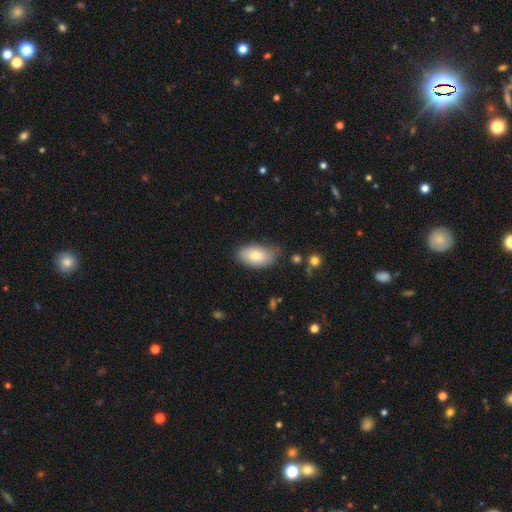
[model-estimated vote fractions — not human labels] A smooth galaxy with no disk features (78%) that is in between round and cigar-shaped (93%). Merging: none (67%).